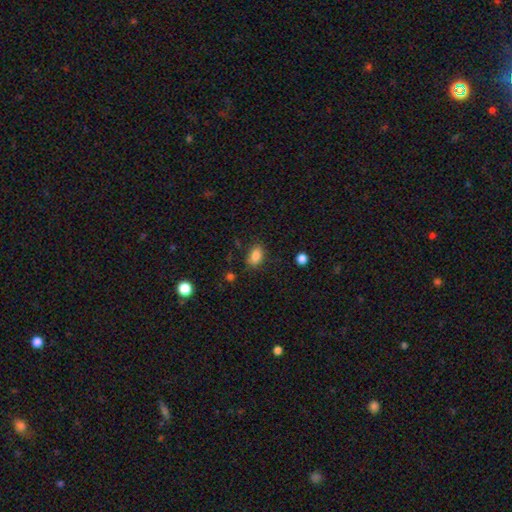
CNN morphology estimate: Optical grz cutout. It shows a smooth galaxy with no disk features (86%) that is in between round and cigar-shaped (86%). Merging: none (80%).